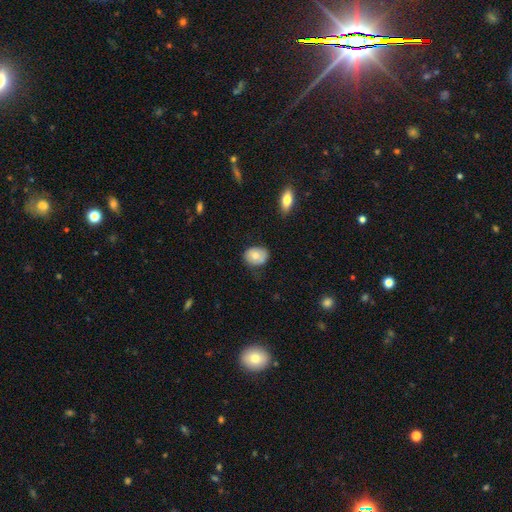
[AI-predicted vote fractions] A smooth galaxy with no disk features (73%) that is in between round and cigar-shaped (59%). Merging: none (68%).